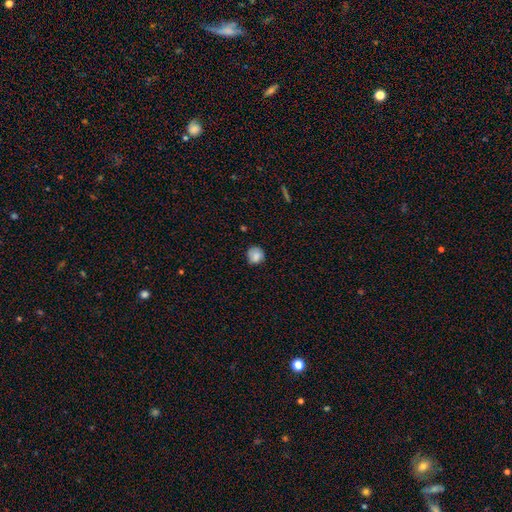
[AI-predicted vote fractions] Smooth or featured? Predicted: smooth (p=0.83). How rounded? Predicted: round (p=0.85). Merging? Predicted: none (p=0.74).